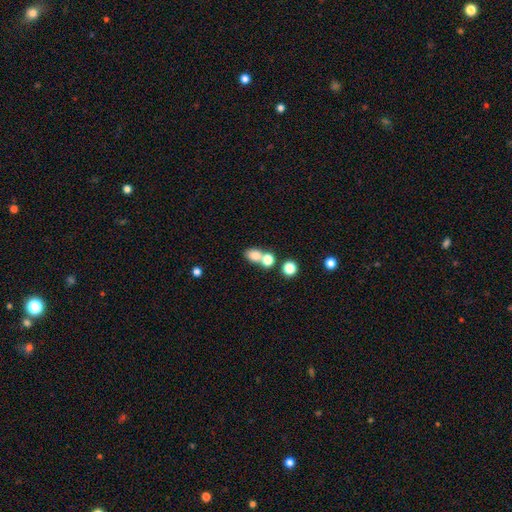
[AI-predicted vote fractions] This is likely a smooth galaxy (79%). How rounded: likely in between (64%). Merging: marginally none (44%).